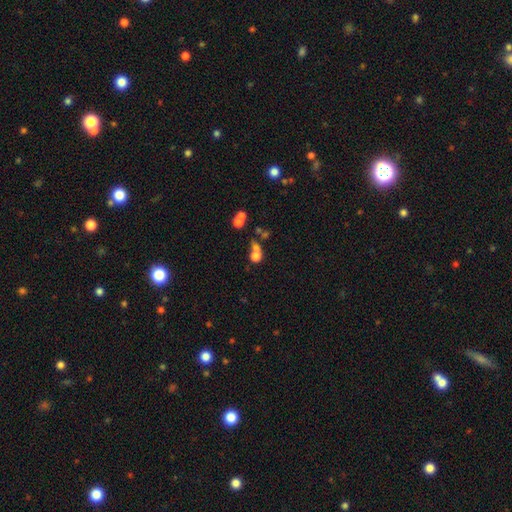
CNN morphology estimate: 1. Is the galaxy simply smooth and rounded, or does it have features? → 68% smooth, 16% featured or disk, 16% star or artifact.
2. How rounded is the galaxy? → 80% round, 18% in between, 1% cigar-shaped.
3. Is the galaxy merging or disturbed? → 45% merger, 37% none, 9% minor disturbance, 8% major disturbance.